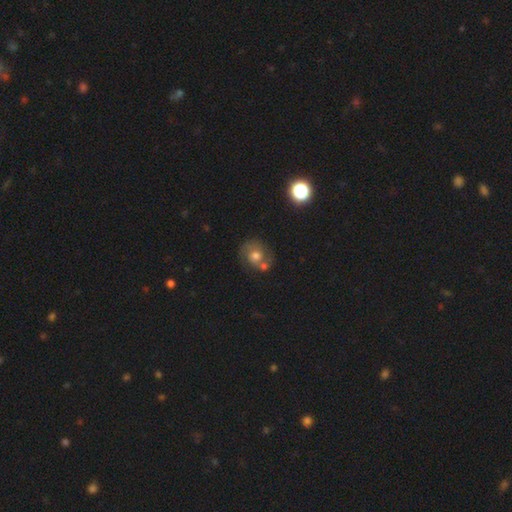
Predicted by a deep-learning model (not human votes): This is possibly a smooth galaxy (47%). Merging: possibly none (47%).